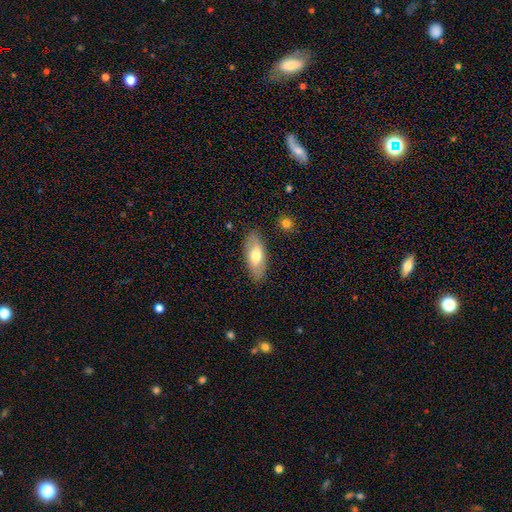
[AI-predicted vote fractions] smooth_or_featured: smooth (p=0.65) [alt: featured or disk p=0.29]
how_rounded: in between (p=0.83) [alt: cigar-shaped p=0.15]
merging: none (p=0.85) [alt: minor disturbance p=0.11]